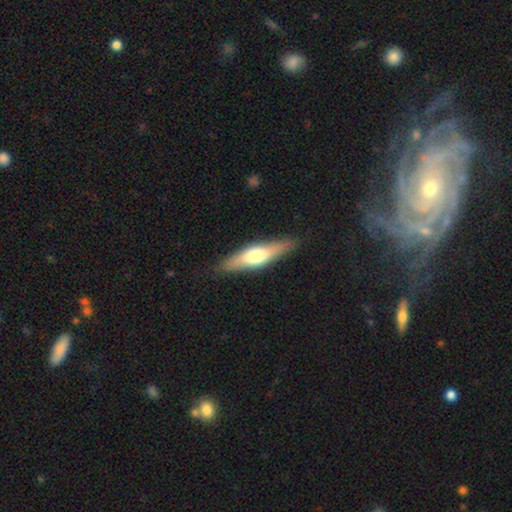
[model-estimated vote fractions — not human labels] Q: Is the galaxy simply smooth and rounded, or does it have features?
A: smooth — 49%.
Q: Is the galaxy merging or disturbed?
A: none — 86%.